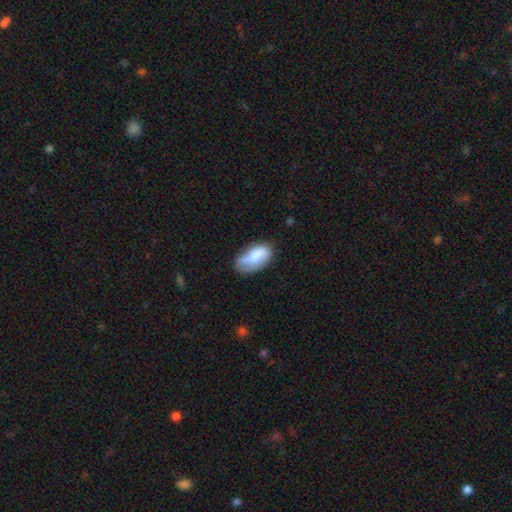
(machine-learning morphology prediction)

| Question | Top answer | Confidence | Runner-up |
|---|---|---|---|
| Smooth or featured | smooth | 70% | featured or disk (23%) |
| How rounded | in between | 92% | cigar-shaped (4%) |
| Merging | none | 47% | minor disturbance (33%) |